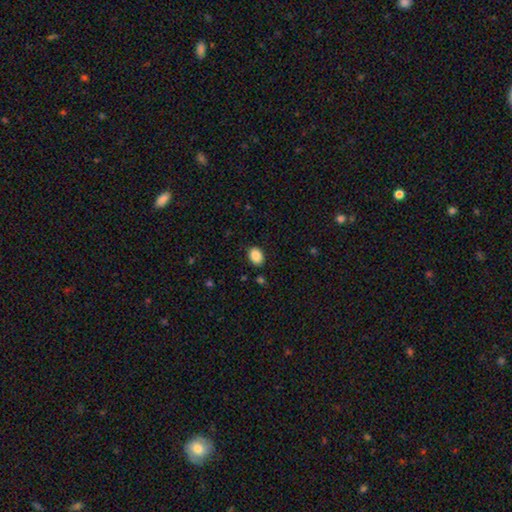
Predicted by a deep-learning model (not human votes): Overall: smooth (88%). How rounded: in between (75%). Merging: none (87%).